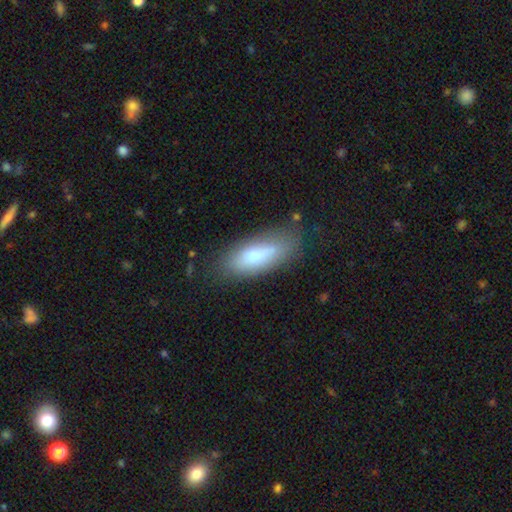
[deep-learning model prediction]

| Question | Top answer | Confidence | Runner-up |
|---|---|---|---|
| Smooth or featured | smooth | 72% | featured or disk (20%) |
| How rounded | in between | 71% | cigar-shaped (27%) |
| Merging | none | 69% | minor disturbance (21%) |